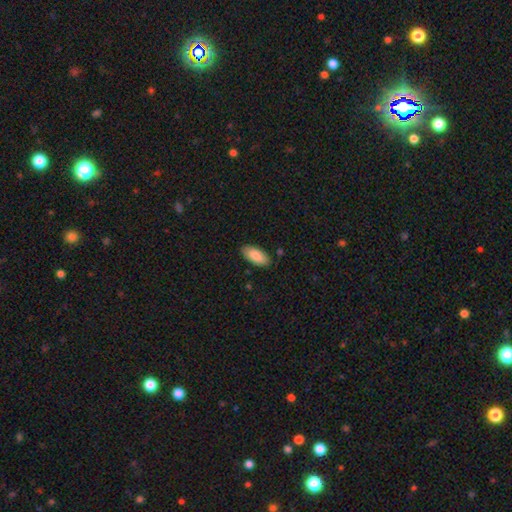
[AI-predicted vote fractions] Smooth or featured? smooth (86%)
How rounded? in between (91%)
Merging? none (86%)